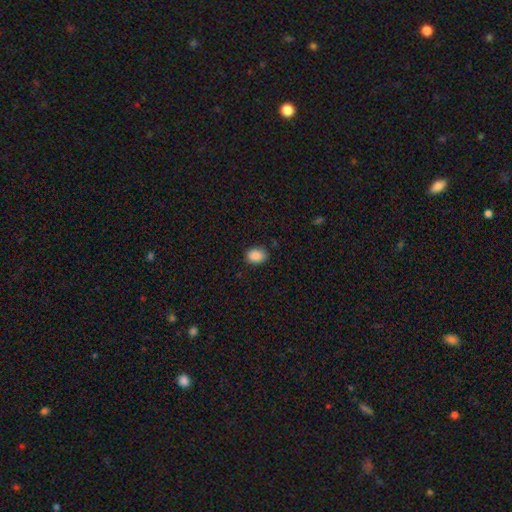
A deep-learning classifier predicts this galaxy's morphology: Smooth or featured?
  - smooth: 89% *
  - star or artifact: 8%
  - featured or disk: 3%
How rounded?
  - in between: 67% *
  - round: 32%
  - cigar-shaped: 1%
Merging?
  - none: 84% *
  - minor disturbance: 12%
  - major disturbance: 3%
  - merger: 1%